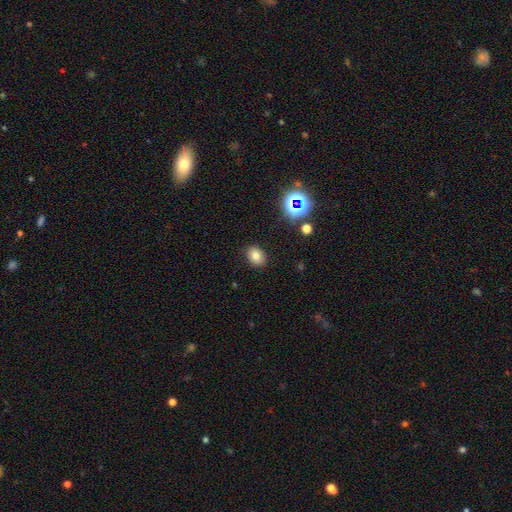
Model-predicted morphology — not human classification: smooth-or-featured: smooth: 75% | star or artifact: 15% | featured or disk: 10%
  how-rounded: in between: 60% | round: 39% | cigar-shaped: 1%
  merging: none: 88% | minor disturbance: 8% | major disturbance: 3% | merger: 1%